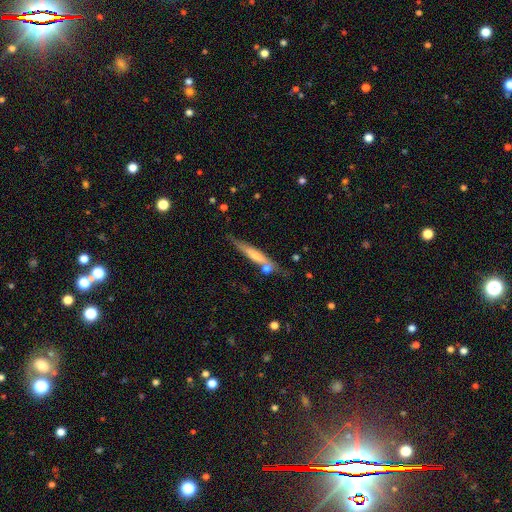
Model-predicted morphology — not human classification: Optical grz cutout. It shows a smooth galaxy with no disk features (49%). Merging: none (63%).